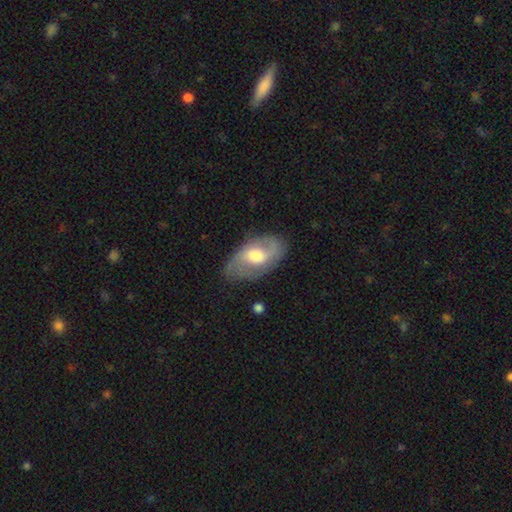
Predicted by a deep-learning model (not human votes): featured or disk 64%, smooth 31%, star or artifact 6%. Down the decision tree: edge-on disk — no (94%); bar — no (48%); spiral arms — yes (80%); bulge size — moderate (62%); merging — none (67%).